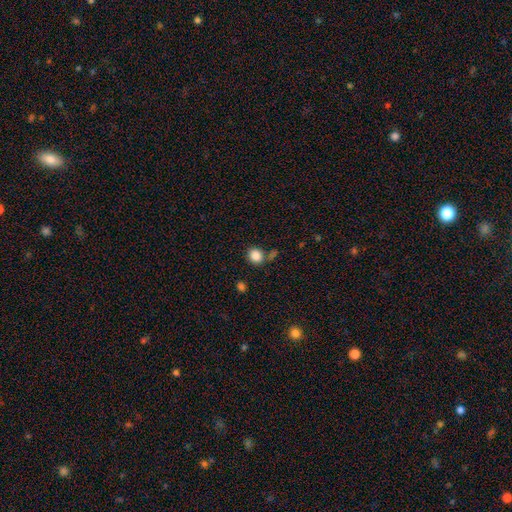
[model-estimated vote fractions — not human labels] A smooth galaxy with no disk features (86%) that is round (70%).

Vote fractions:
- Smooth or featured? smooth: 86% / star or artifact: 10% / featured or disk: 4%
- How rounded? round: 70% / in between: 29% / cigar-shaped: 1%
- Merging? none: 73% / minor disturbance: 12% / merger: 11% / major disturbance: 4%